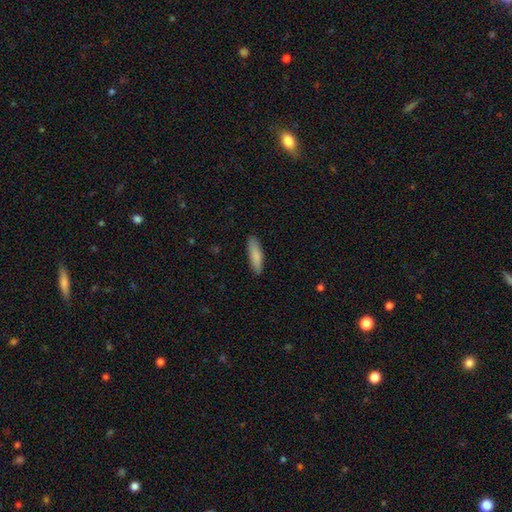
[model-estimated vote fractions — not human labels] Smooth or featured? smooth (85%)
How rounded? cigar-shaped (64%)
Merging? none (87%)